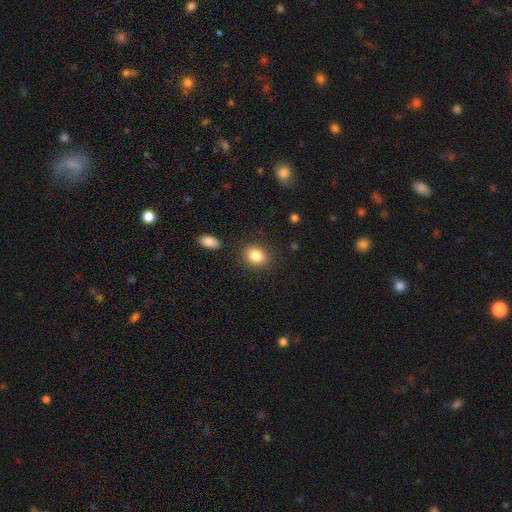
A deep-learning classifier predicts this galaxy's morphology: smooth-or-featured: smooth: 85% | star or artifact: 9% | featured or disk: 6%
  how-rounded: in between: 52% | round: 47% | cigar-shaped: 1%
  merging: none: 85% | minor disturbance: 9% | major disturbance: 3% | merger: 3%